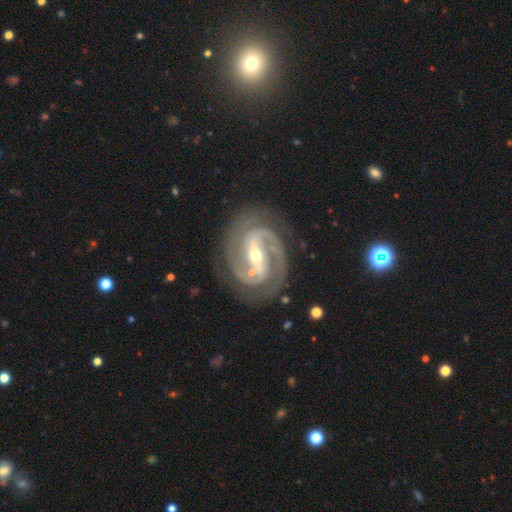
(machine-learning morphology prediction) smooth_or_featured: featured or disk (p=0.93) [alt: star or artifact p=0.05]
disk_edge_on: no (p=0.97) [alt: yes p=0.03]
bar: strong (p=0.61) [alt: weak p=0.28]
has_spiral_arms: yes (p=0.98) [alt: no p=0.02]
spiral_winding: tight (p=0.47) [alt: medium p=0.46]
spiral_arm_count: 2 (p=0.74) [alt: 3 p=0.16]
bulge_size: small (p=0.50) [alt: moderate p=0.47]
merging: none (p=0.77) [alt: minor disturbance p=0.14]